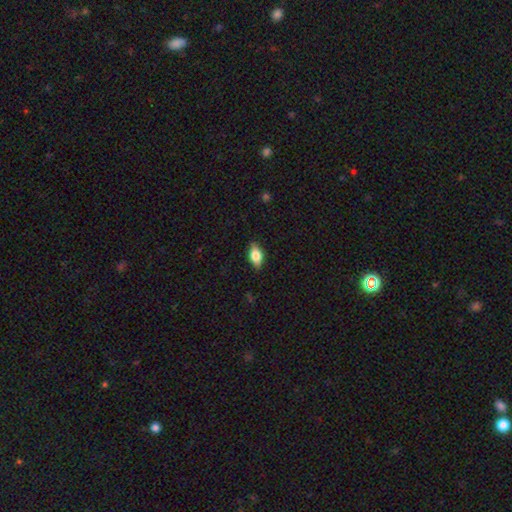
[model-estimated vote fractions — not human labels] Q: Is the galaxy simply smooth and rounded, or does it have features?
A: smooth — 73%.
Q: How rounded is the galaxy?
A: in between — 87%.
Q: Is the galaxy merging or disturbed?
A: none — 86%.